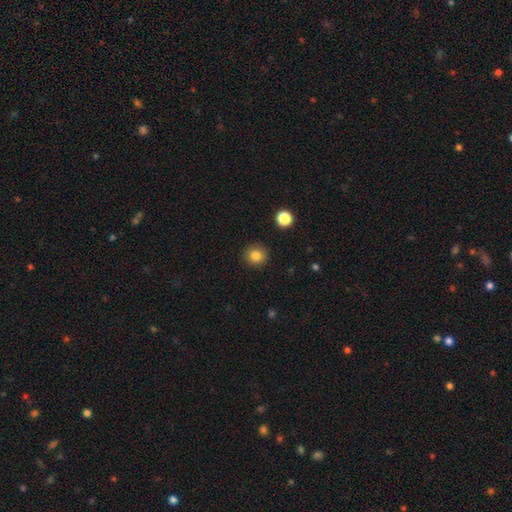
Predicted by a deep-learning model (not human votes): Smooth or featured? smooth (84%)
How rounded? round (91%)
Merging? none (90%)